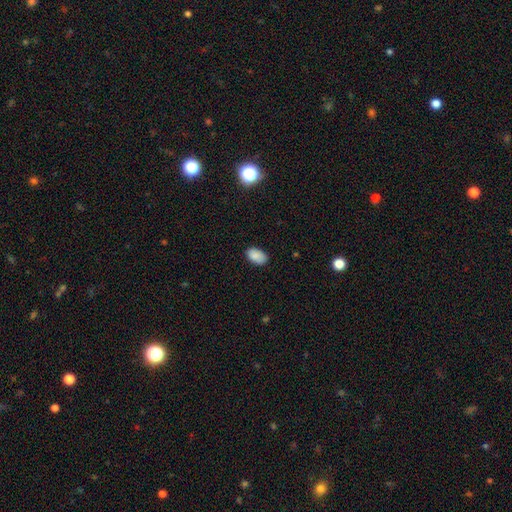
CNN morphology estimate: Smooth or featured? smooth (87%)
How rounded? in between (92%)
Merging? none (82%)